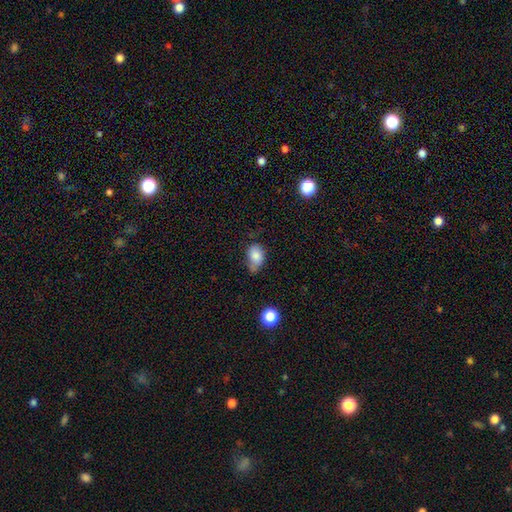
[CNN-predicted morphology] Overall: smooth (80%). How rounded: in between (80%). Merging: minor disturbance (40%; none 38%).